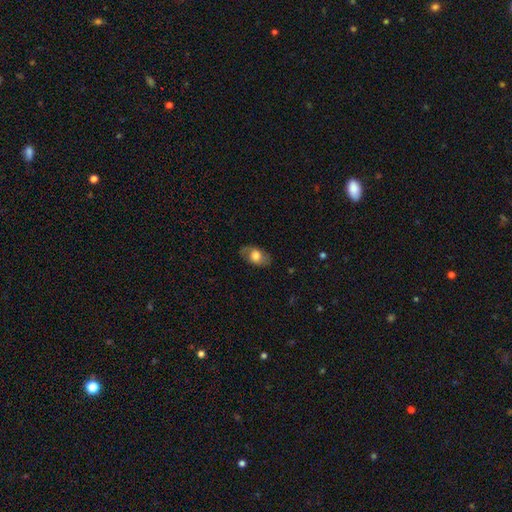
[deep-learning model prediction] A smooth galaxy with no disk features (63%) that is in between round and cigar-shaped (88%).

Vote fractions:
- Smooth or featured? smooth: 63% / featured or disk: 29% / star or artifact: 7%
- How rounded? in between: 88% / round: 10% / cigar-shaped: 2%
- Merging? none: 77% / minor disturbance: 17% / major disturbance: 5% / merger: 1%